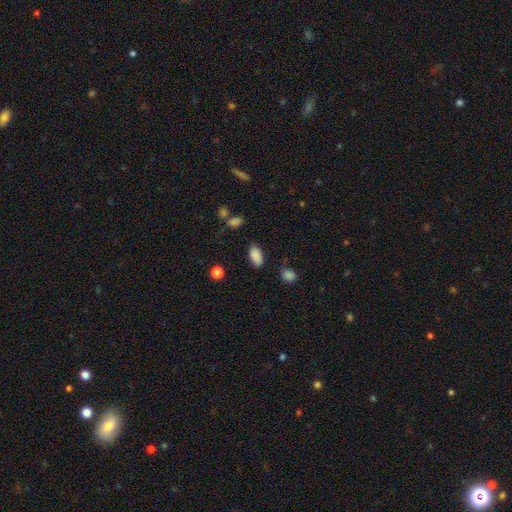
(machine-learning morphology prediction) This appears to be a smooth galaxy with no disk features (87%) that is in between round and cigar-shaped (94%). Merging: none (78%).